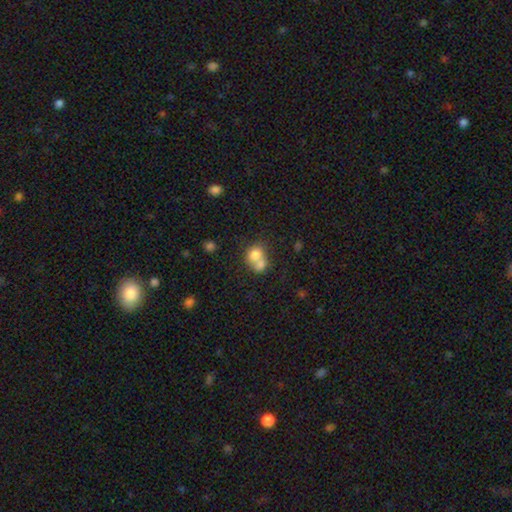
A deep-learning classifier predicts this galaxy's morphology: smooth_or_featured: smooth (p=0.75) [alt: featured or disk p=0.16]
how_rounded: round (p=0.58) [alt: in between p=0.41]
merging: merger (p=0.65) [alt: none p=0.24]